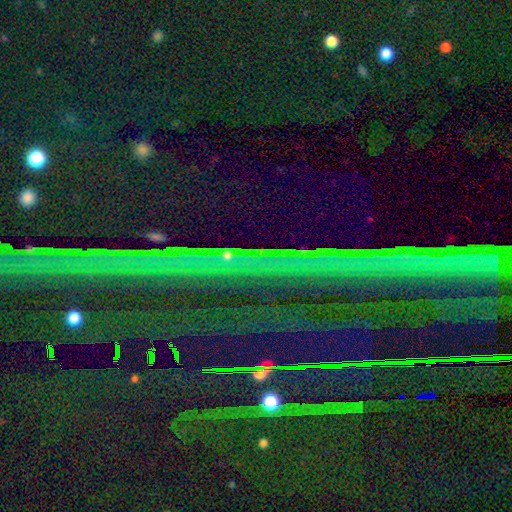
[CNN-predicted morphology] Smooth or featured?
  - star or artifact: 89% *
  - featured or disk: 6%
  - smooth: 5%